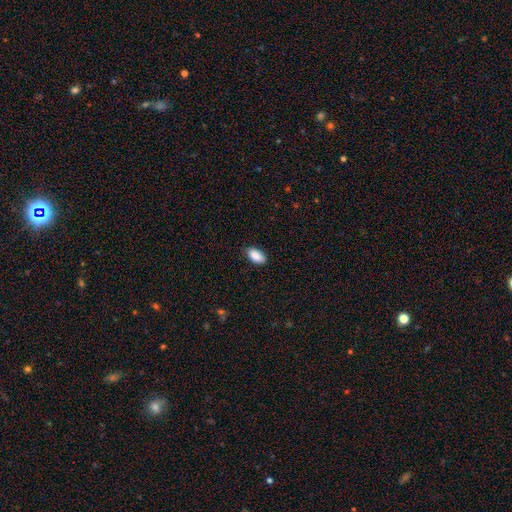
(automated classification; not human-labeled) Smooth or featured?
  - smooth: 90% *
  - star or artifact: 7%
  - featured or disk: 4%
How rounded?
  - in between: 94% *
  - round: 3%
  - cigar-shaped: 2%
Merging?
  - none: 87% *
  - minor disturbance: 10%
  - major disturbance: 2%
  - merger: 1%